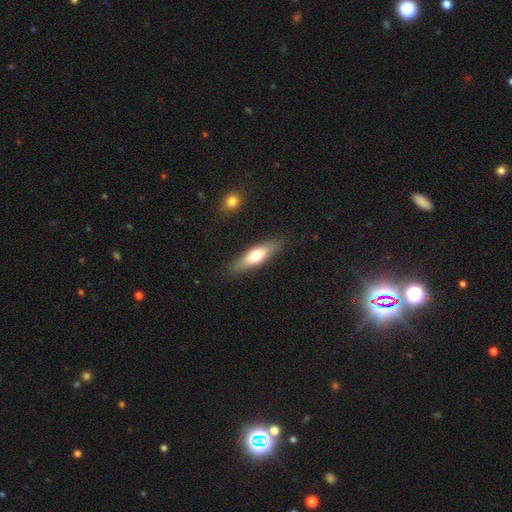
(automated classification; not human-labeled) A smooth galaxy with no disk features (59%) that is cigar-shaped (56%). Merging: none (85%).